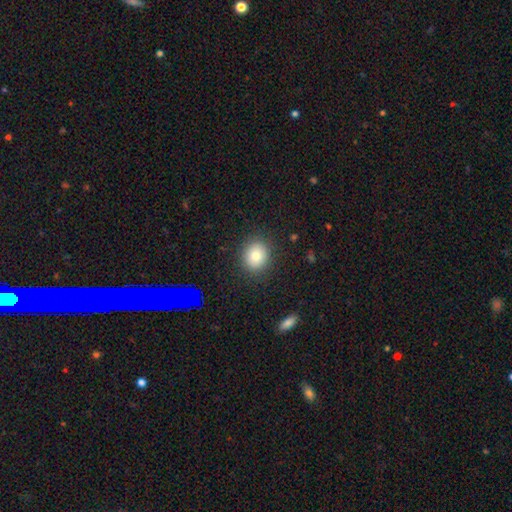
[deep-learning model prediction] Smooth or featured? smooth (81%)
How rounded? round (70%)
Merging? none (88%)